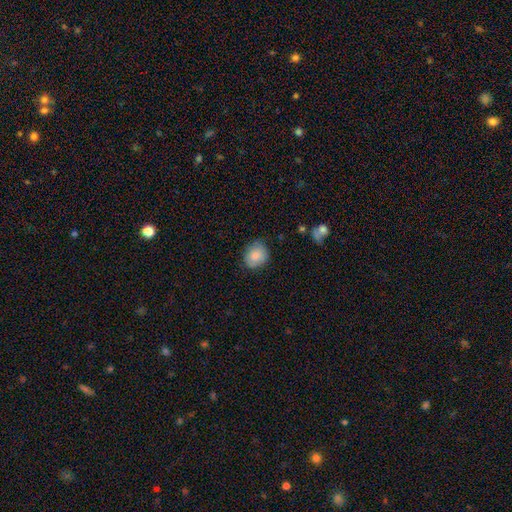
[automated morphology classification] Smooth or featured? Predicted: smooth (p=0.82). How rounded? Predicted: round (p=0.60). Merging? Predicted: none (p=0.74).